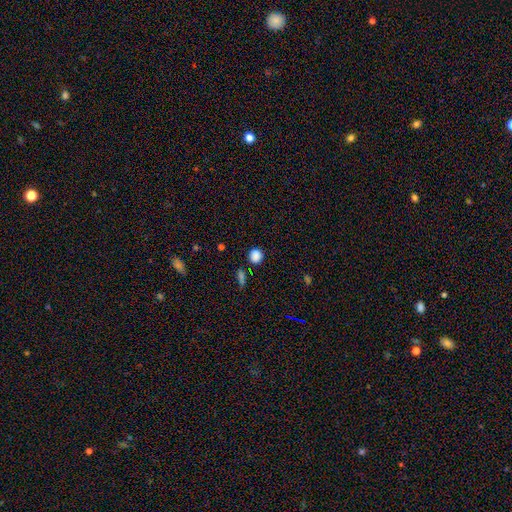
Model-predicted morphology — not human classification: Smooth or featured? Predicted: smooth (p=0.85). How rounded? Predicted: round (p=0.88). Merging? Predicted: none (p=0.86).